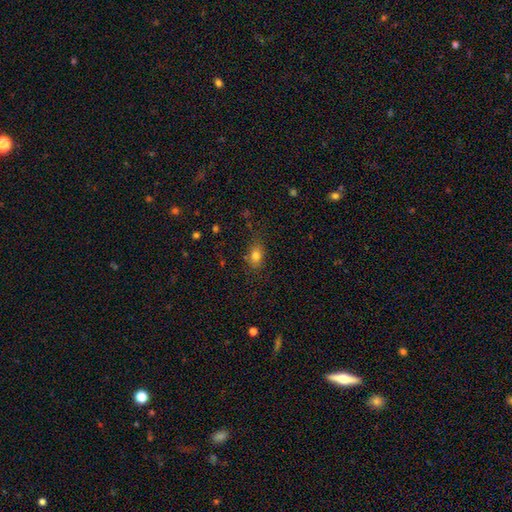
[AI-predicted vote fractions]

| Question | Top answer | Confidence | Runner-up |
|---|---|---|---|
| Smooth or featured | smooth | 79% | star or artifact (12%) |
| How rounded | in between | 72% | round (26%) |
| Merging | none | 74% | minor disturbance (18%) |